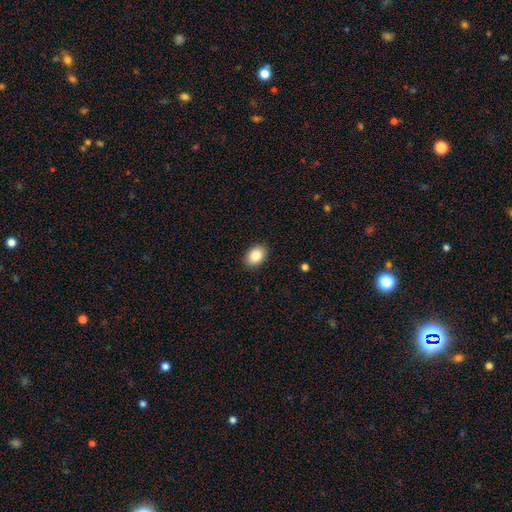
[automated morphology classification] type=smooth (85%); roundness=in between (77%); merging=none (90%).